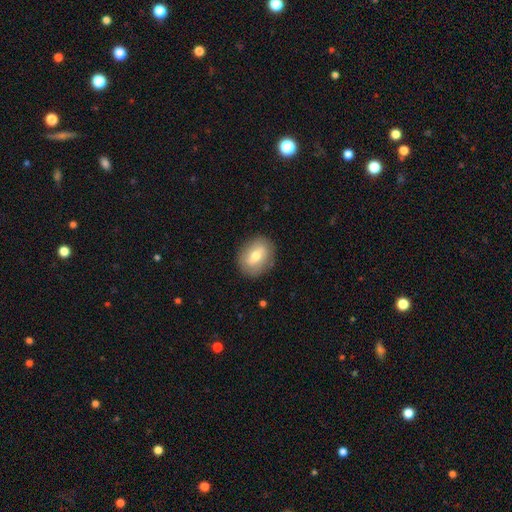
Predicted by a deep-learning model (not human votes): smooth_or_featured: smooth (p=0.64) [alt: featured or disk p=0.28]
how_rounded: in between (p=0.60) [alt: round p=0.39]
merging: none (p=0.86) [alt: minor disturbance p=0.10]